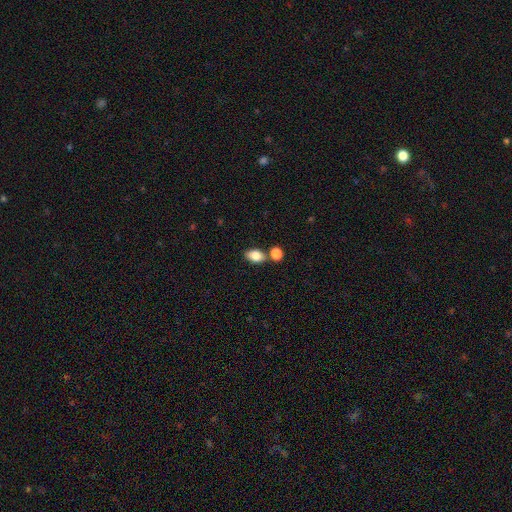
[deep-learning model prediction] smooth-or-featured: smooth: 82% | featured or disk: 9% | star or artifact: 9%
  how-rounded: in between: 86% | round: 12% | cigar-shaped: 2%
  merging: none: 67% | merger: 19% | minor disturbance: 11% | major disturbance: 3%